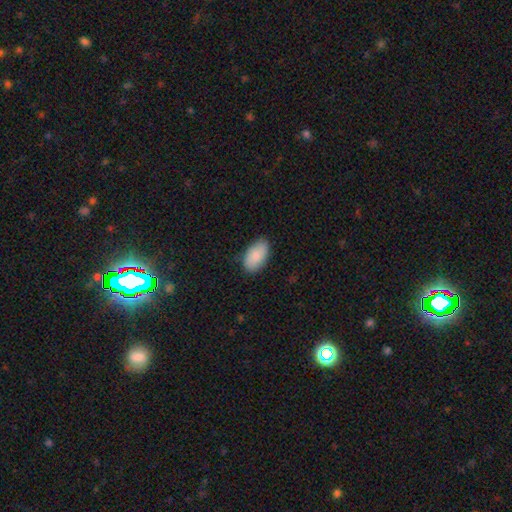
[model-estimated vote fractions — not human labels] Smooth or featured?
  - smooth: 86% *
  - featured or disk: 8%
  - star or artifact: 6%
How rounded?
  - in between: 95% *
  - round: 4%
  - cigar-shaped: 2%
Merging?
  - none: 83% *
  - minor disturbance: 14%
  - major disturbance: 3%
  - merger: 1%